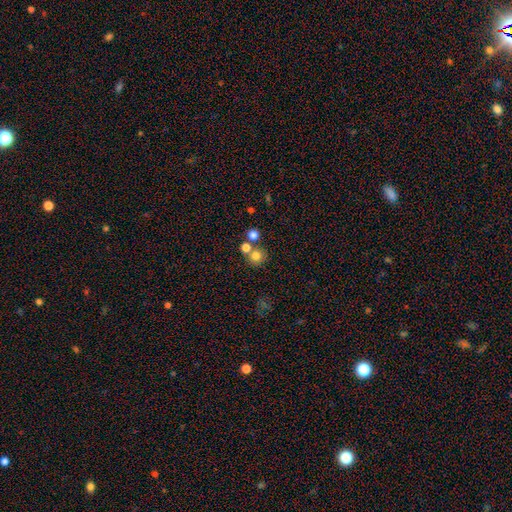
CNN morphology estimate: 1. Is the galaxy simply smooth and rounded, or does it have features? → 76% smooth, 14% star or artifact, 10% featured or disk.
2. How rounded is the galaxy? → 90% round, 9% in between, 1% cigar-shaped.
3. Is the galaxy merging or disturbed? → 63% none, 27% merger, 7% minor disturbance, 3% major disturbance.